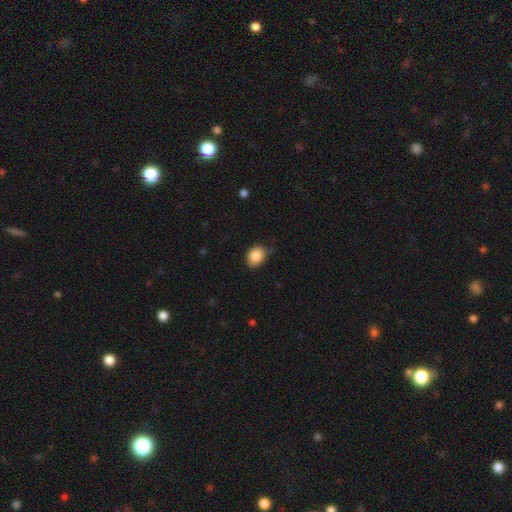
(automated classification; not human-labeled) Smooth or featured? Predicted: smooth (p=0.86). How rounded? Predicted: in between (p=0.55). Merging? Predicted: none (p=0.73).